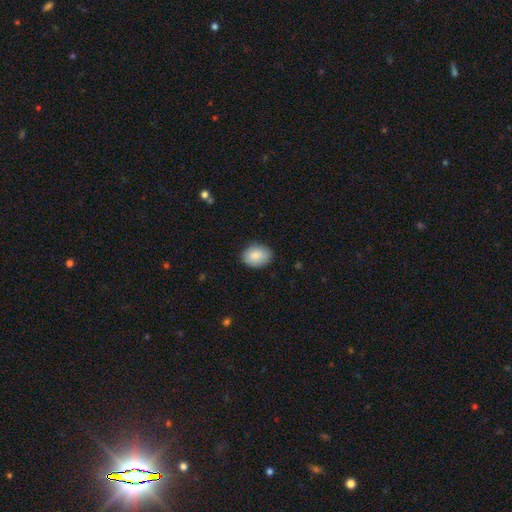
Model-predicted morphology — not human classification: This is clearly a smooth galaxy (88%). How rounded: likely in between (66%). Merging: clearly none (84%).